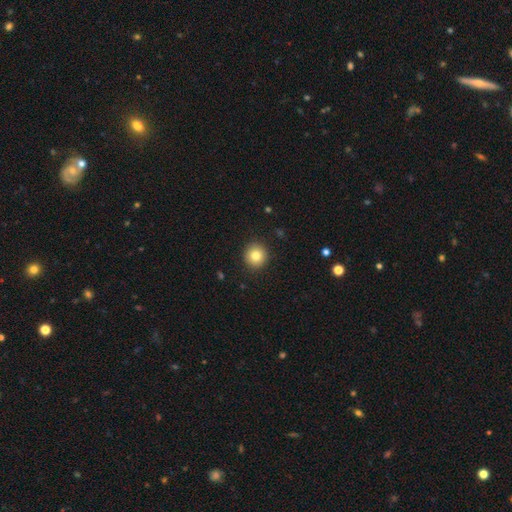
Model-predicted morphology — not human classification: This is clearly a smooth galaxy (82%). How rounded: clearly round (94%). Merging: clearly none (91%).